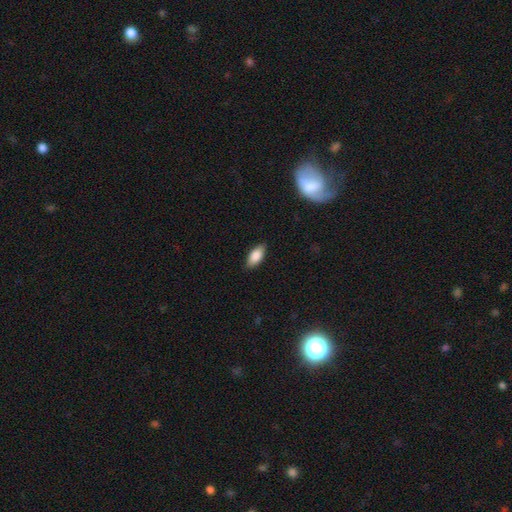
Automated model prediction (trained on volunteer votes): A smooth galaxy with no disk features (85%) that is in between round and cigar-shaped (89%). Merging: none (88%).